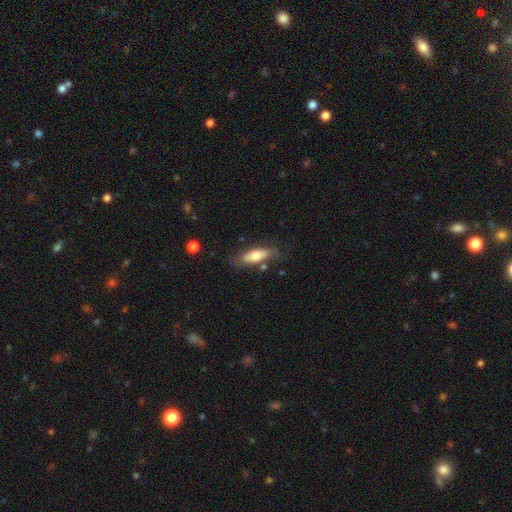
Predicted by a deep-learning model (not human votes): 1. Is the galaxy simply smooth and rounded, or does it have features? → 68% smooth, 26% featured or disk, 6% star or artifact.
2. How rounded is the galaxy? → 64% in between, 34% cigar-shaped, 2% round.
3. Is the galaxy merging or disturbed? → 70% none, 19% minor disturbance, 6% major disturbance, 5% merger.